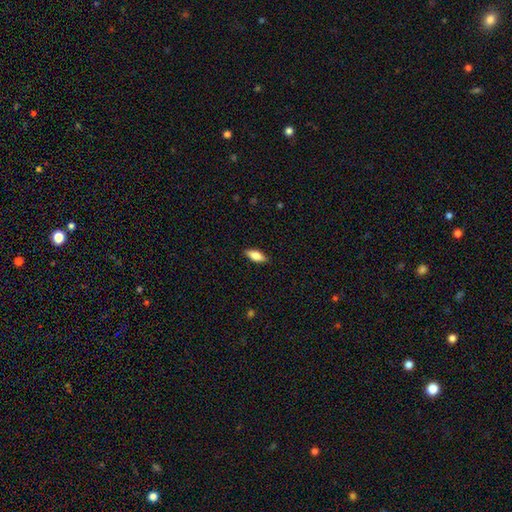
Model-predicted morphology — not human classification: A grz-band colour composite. It shows a smooth galaxy with no disk features (71%) that is in between round and cigar-shaped (70%). Merging: none (87%).